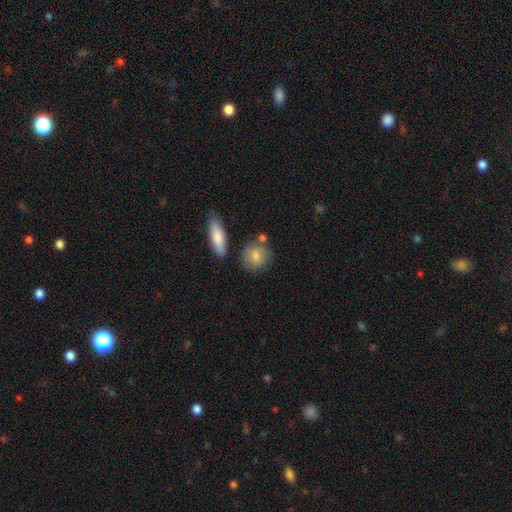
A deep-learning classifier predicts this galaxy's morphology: This is clearly a smooth galaxy (81%). How rounded: likely round (72%). Merging: likely none (70%).